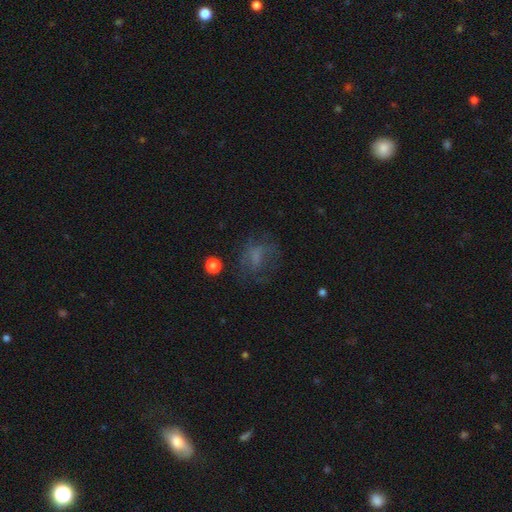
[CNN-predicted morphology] The model was most divided on "smooth or featured": smooth: 48%, featured or disk: 32%, star or artifact: 21%. More confident: merging — none (54%).